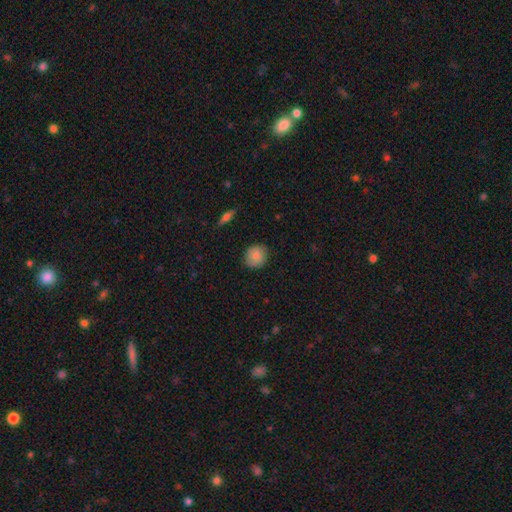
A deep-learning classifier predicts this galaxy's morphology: This appears to be a smooth galaxy with no disk features (86%) that is round (83%). Merging: none (84%).